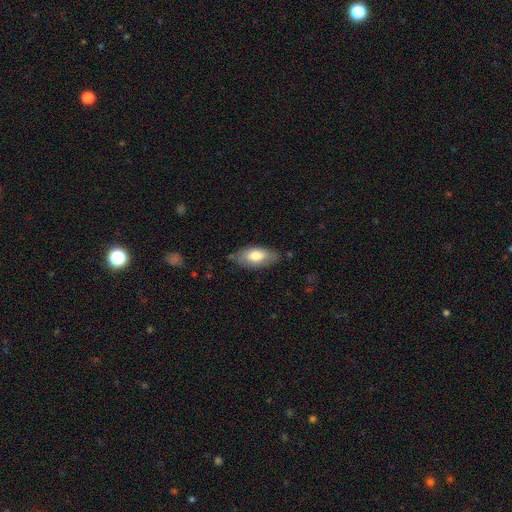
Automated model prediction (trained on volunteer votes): Smooth or featured? Predicted: smooth (p=0.72). How rounded? Predicted: in between (p=0.89). Merging? Predicted: none (p=0.73).